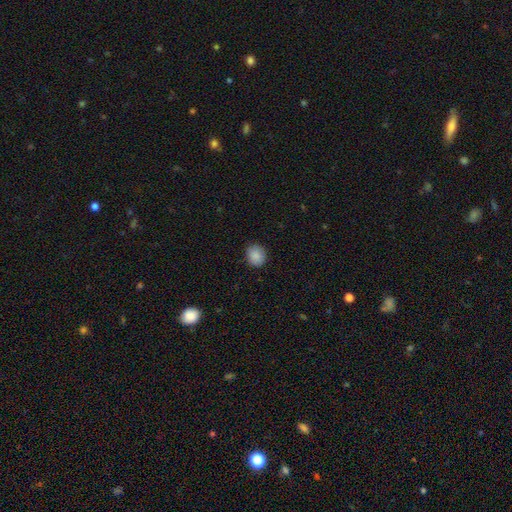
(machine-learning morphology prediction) smooth_or_featured: smooth (p=0.88) [alt: star or artifact p=0.08]
how_rounded: round (p=0.75) [alt: in between p=0.24]
merging: none (p=0.87) [alt: minor disturbance p=0.10]